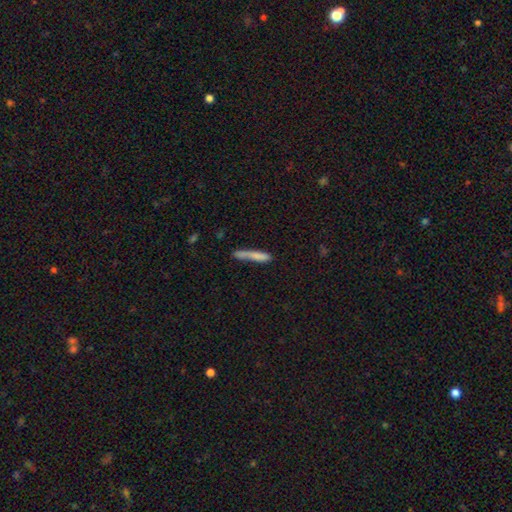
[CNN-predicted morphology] This appears to be a smooth galaxy with no disk features (75%) that is cigar-shaped (92%). Merging: none (62%).